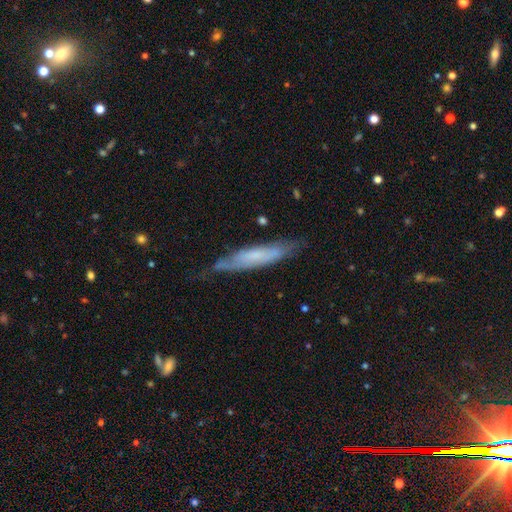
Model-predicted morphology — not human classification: The model was most divided on "smooth or featured": featured or disk: 49%, smooth: 44%, star or artifact: 7%. More confident: merging — none (65%).